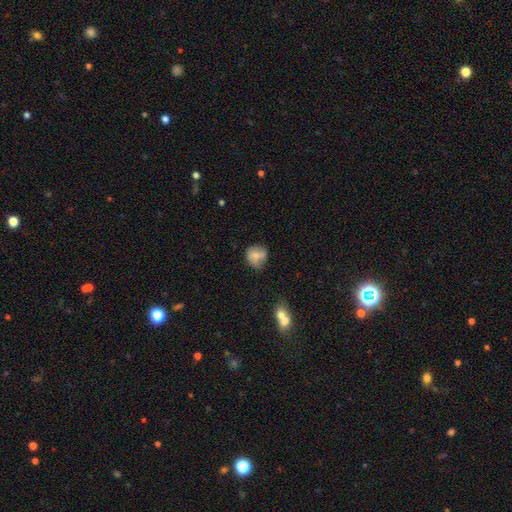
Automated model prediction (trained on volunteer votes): Smooth or featured: smooth — 65% (featured or disk — 26%)
How rounded: round — 74% (in between — 24%)
Merging: none — 56% (minor disturbance — 27%)